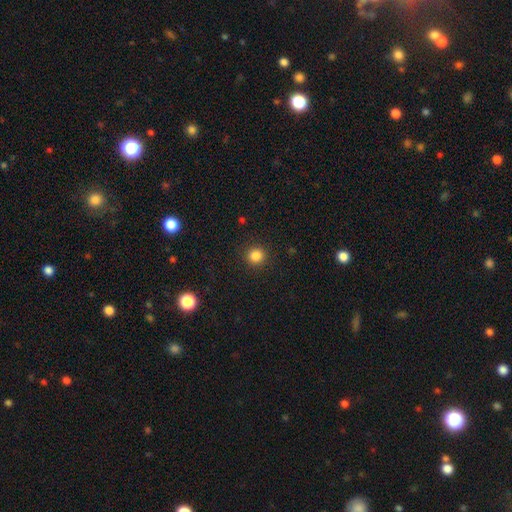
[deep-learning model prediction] Overall: smooth (84%). How rounded: round (91%). Merging: none (91%).